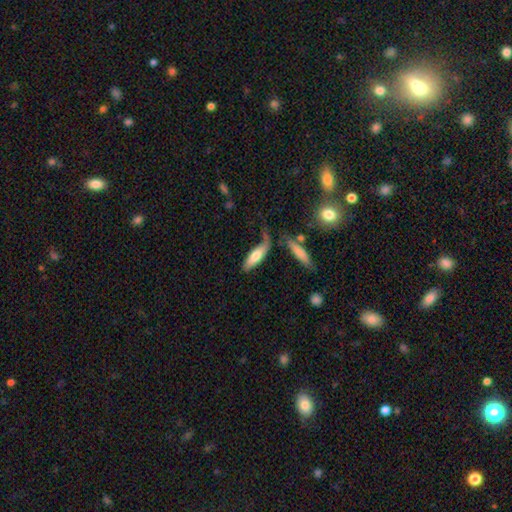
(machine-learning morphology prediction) A smooth galaxy with no disk features (70%) that is cigar-shaped (52%).

Vote fractions:
- Smooth or featured? smooth: 70% / featured or disk: 24% / star or artifact: 6%
- How rounded? cigar-shaped: 52% / in between: 46% / round: 2%
- Merging? none: 46% / minor disturbance: 26% / major disturbance: 18% / merger: 11%